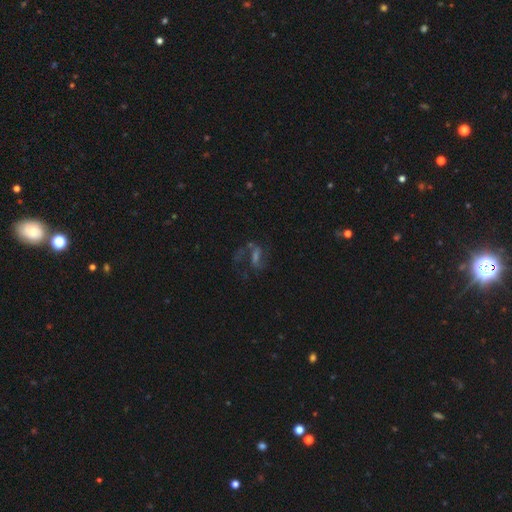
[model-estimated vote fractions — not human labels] The model was most divided on "bulge size": small: 35%, none: 29%, moderate: 27%, large: 7%, dominant: 2%. Remaining: edge-on disk — no (93%); spiral arms — yes (82%); smooth or featured — featured or disk (64%); merging — none (52%); bar — weak (42%).